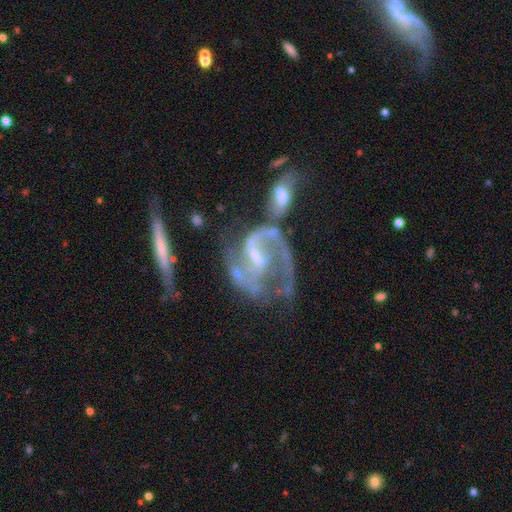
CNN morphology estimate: This is clearly a featured or disk galaxy (88%). It is clearly not viewed edge-on (97%). Bar: possibly weak (48%). Spiral arm pattern: clearly yes (93%). Spiral arm count: likely 2 (75%). Spiral winding: possibly medium (51%). Central bulge: possibly small (58%). Merging: marginally none (30%).